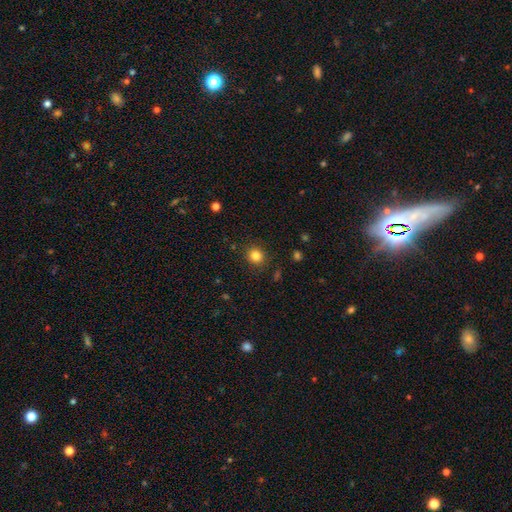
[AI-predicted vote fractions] Overall: smooth (83%). How rounded: round (86%). Merging: none (89%).